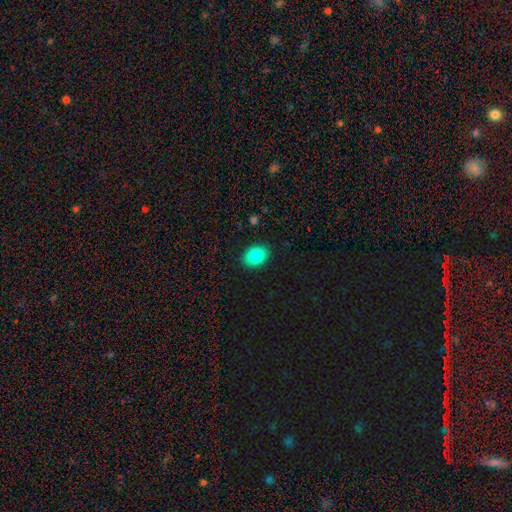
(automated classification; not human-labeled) A smooth galaxy with no disk features (87%) that is in between round and cigar-shaped (72%).

Vote fractions:
- Smooth or featured? smooth: 87% / star or artifact: 8% / featured or disk: 4%
- How rounded? in between: 72% / round: 27% / cigar-shaped: 1%
- Merging? none: 89% / minor disturbance: 8% / major disturbance: 2% / merger: 1%